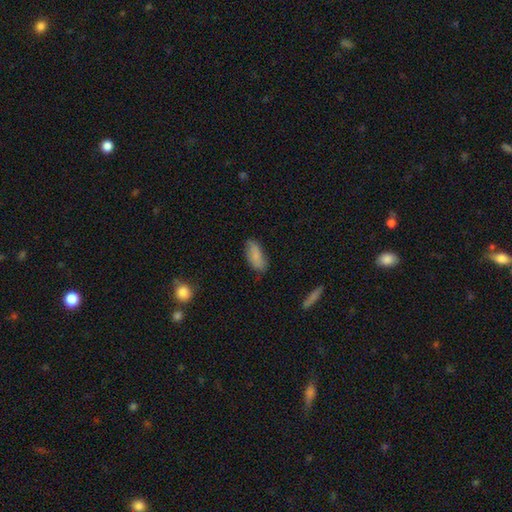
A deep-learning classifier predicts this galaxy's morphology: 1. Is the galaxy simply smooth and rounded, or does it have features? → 82% smooth, 11% featured or disk, 7% star or artifact.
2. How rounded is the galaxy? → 85% in between, 13% cigar-shaped, 2% round.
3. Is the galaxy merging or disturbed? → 73% none, 21% minor disturbance, 4% major disturbance, 2% merger.